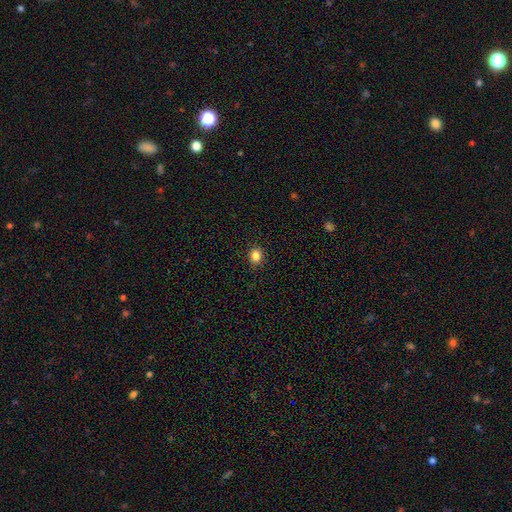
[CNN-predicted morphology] Q: Smooth or featured?
A: smooth (84%); runner-up: star or artifact (12%)
Q: How rounded?
A: round (71%); runner-up: in between (28%)
Q: Merging?
A: none (91%); runner-up: minor disturbance (6%)